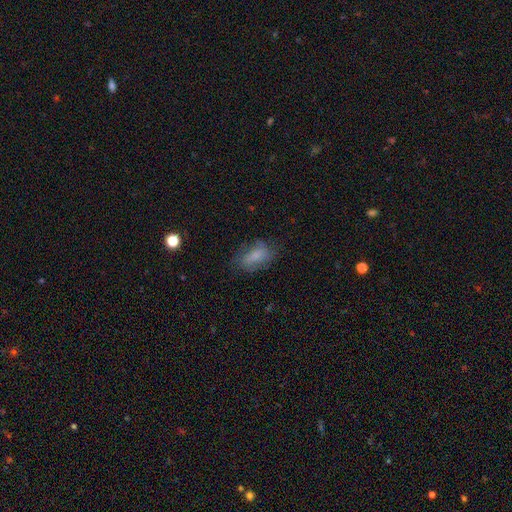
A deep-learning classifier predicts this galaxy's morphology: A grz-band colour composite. It shows a smooth galaxy with no disk features (69%) that is in between round and cigar-shaped (87%). Merging: none (63%).